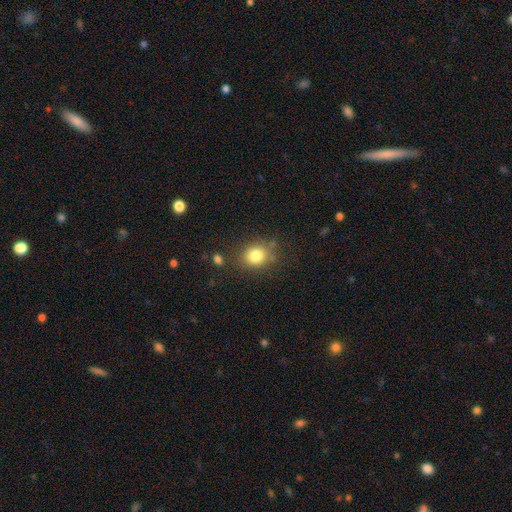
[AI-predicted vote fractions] Morphology: type=smooth (81%); roundness=round (67%); merging=none (76%).